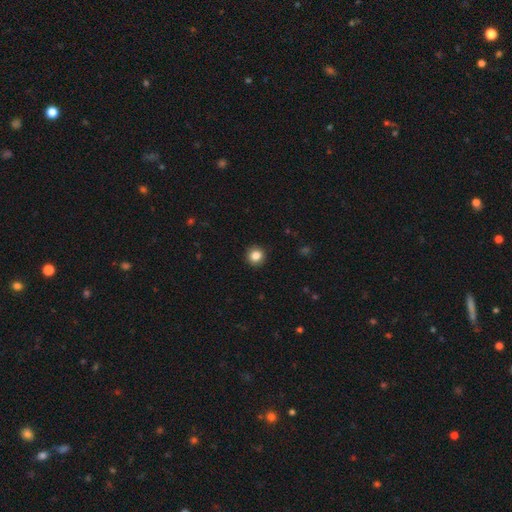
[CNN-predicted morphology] This is clearly a smooth galaxy (85%). How rounded: clearly round (93%). Merging: clearly none (92%).